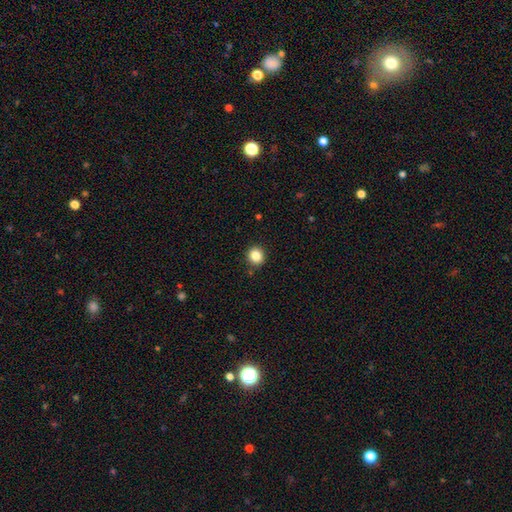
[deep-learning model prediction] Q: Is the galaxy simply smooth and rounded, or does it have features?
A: smooth — 85%.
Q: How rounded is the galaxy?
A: round — 88%.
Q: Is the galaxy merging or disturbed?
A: none — 91%.